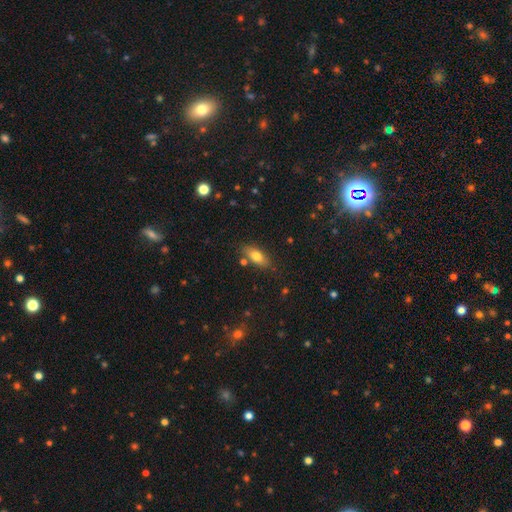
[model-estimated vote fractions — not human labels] The model was most divided on "smooth or featured": smooth: 75%, featured or disk: 17%, star or artifact: 8%. More confident: how rounded — in between (84%); merging — none (79%).